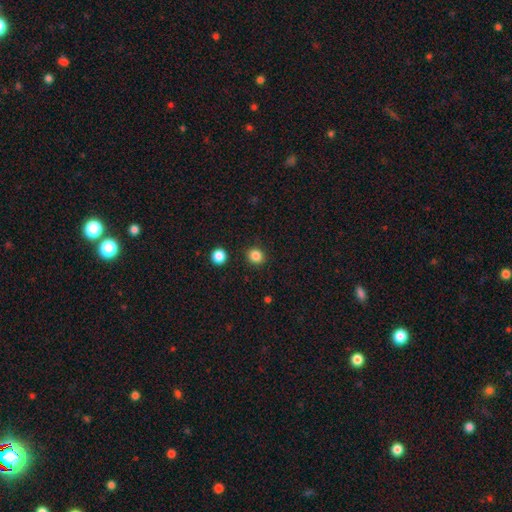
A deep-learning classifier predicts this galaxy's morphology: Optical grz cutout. It shows a smooth galaxy with no disk features (85%) that is round (86%). Merging: none (90%).